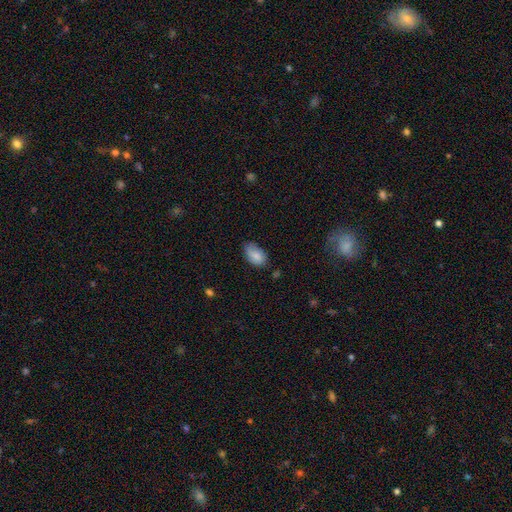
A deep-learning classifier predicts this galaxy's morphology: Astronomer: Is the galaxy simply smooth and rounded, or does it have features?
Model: smooth — 81%.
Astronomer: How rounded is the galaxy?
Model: in between — 90%.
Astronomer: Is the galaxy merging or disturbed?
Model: none — 60%.